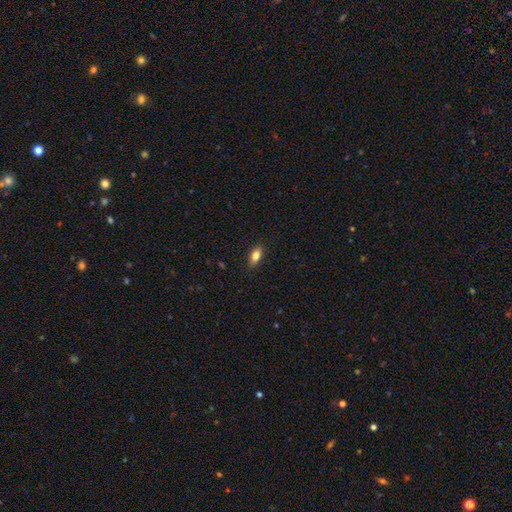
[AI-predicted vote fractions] Q: Smooth or featured?
A: smooth (80%); runner-up: featured or disk (12%)
Q: How rounded?
A: in between (84%); runner-up: cigar-shaped (12%)
Q: Merging?
A: none (87%); runner-up: minor disturbance (10%)